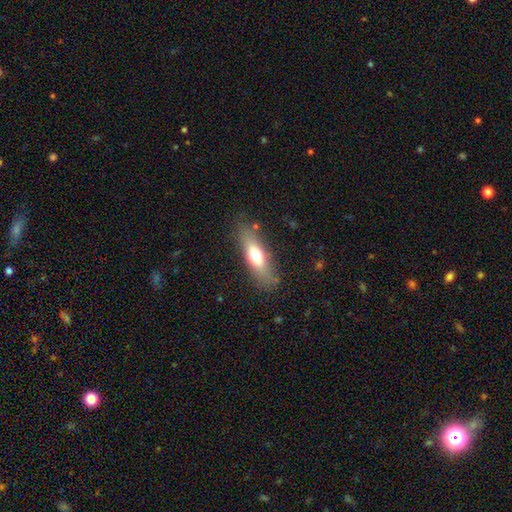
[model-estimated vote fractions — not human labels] smooth_or_featured: smooth (p=0.60) [alt: featured or disk p=0.33]
how_rounded: cigar-shaped (p=0.53) [alt: in between p=0.44]
merging: none (p=0.80) [alt: minor disturbance p=0.14]